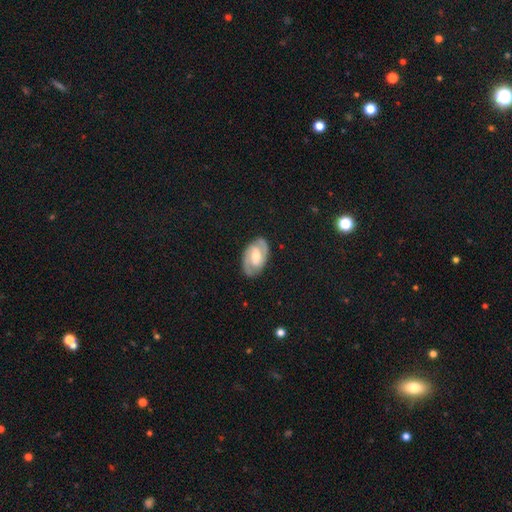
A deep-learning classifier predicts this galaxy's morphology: The model was most divided on "spiral winding": tight: 46%, medium: 44%, loose: 9%. Remaining: edge-on disk — no (97%); spiral arms — yes (94%); spiral arm count — 2 (90%); merging — none (85%); smooth or featured — featured or disk (83%); bulge size — moderate (66%); bar — weak (47%).